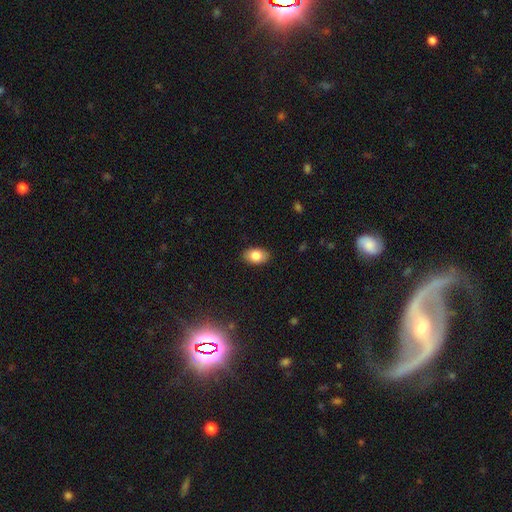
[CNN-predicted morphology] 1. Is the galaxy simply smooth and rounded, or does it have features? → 83% smooth, 9% featured or disk, 8% star or artifact.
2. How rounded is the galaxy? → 88% in between, 11% round, 1% cigar-shaped.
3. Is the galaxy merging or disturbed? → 87% none, 10% minor disturbance, 2% major disturbance, 1% merger.